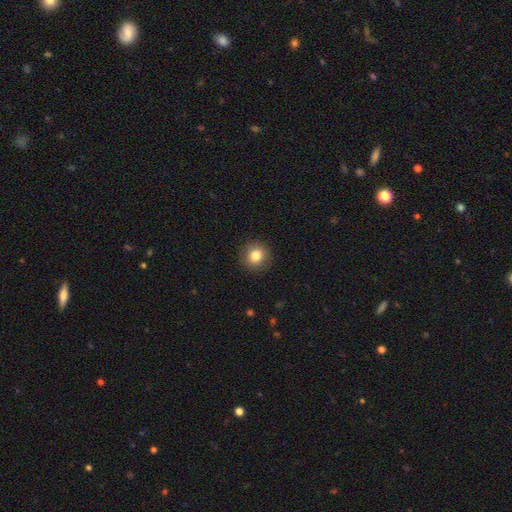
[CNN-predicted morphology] This appears to be a smooth galaxy with no disk features (82%) that is round (90%). Merging: none (91%).